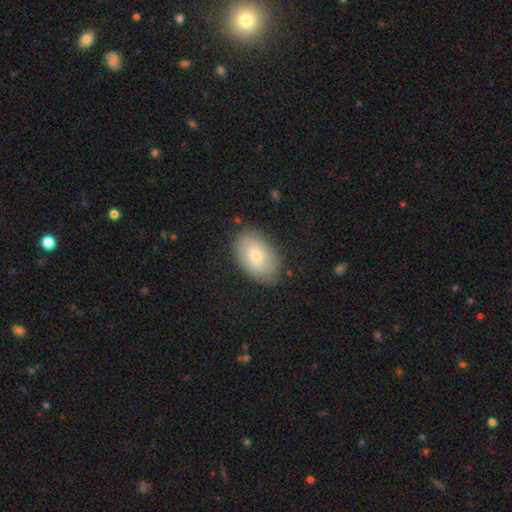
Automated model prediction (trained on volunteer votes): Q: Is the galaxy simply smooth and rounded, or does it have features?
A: smooth — 58%.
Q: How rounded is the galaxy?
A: in between — 89%.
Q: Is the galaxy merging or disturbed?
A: none — 77%.